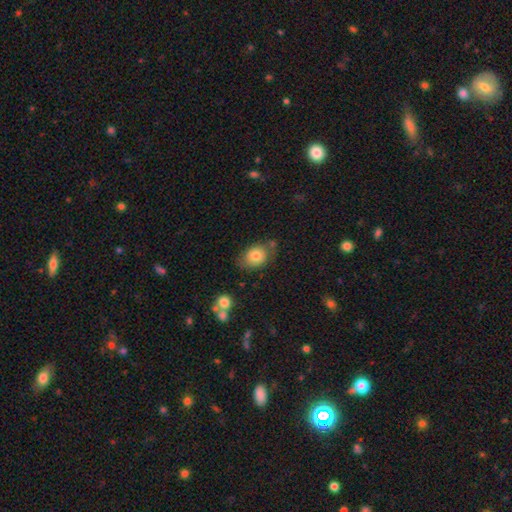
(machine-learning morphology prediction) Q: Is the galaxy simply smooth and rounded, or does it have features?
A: smooth — 78%.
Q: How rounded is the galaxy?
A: in between — 60%.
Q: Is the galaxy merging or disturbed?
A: none — 63%.